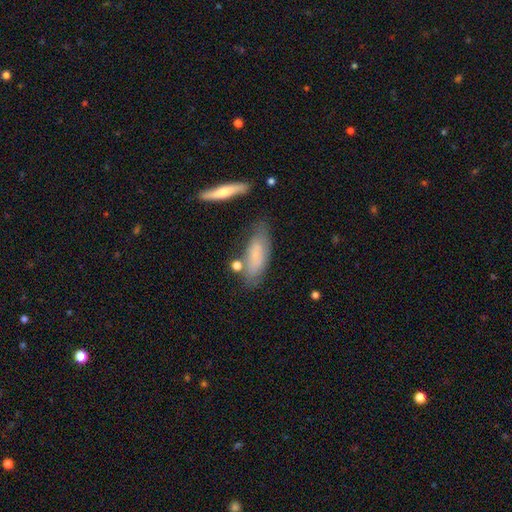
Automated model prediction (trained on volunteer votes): This appears to be a smooth galaxy with no disk features (58%) that is in between round and cigar-shaped (68%). Merging: none (60%).